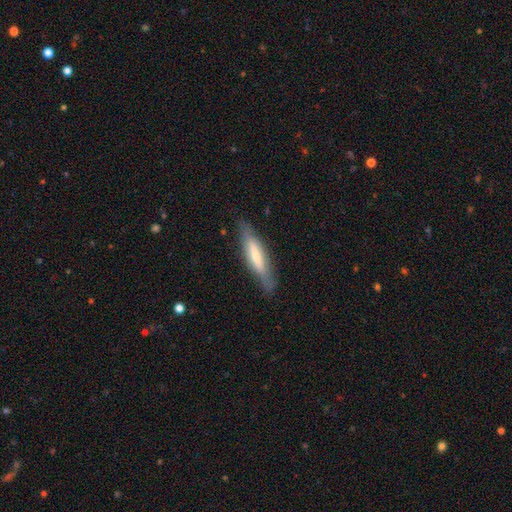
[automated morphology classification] A smooth galaxy with no disk features (50%) that is cigar-shaped (80%).

Vote fractions:
- Smooth or featured? smooth: 50% / featured or disk: 44% / star or artifact: 6%
- How rounded? cigar-shaped: 80% / in between: 18% / round: 1%
- Merging? none: 81% / minor disturbance: 14% / major disturbance: 4% / merger: 1%